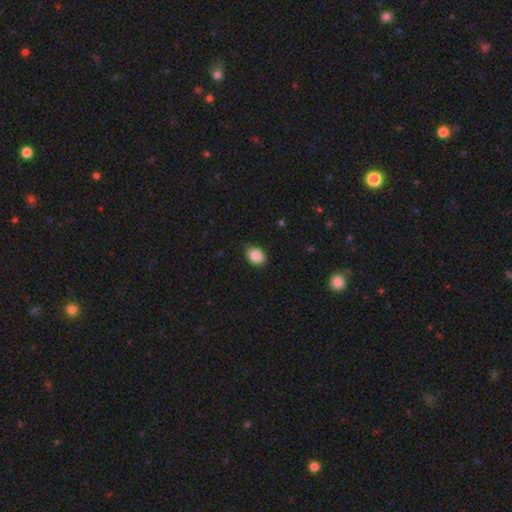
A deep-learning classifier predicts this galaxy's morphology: smooth 86%, star or artifact 8%, featured or disk 6%. Down the decision tree: how rounded — in between (72%); merging — none (79%).